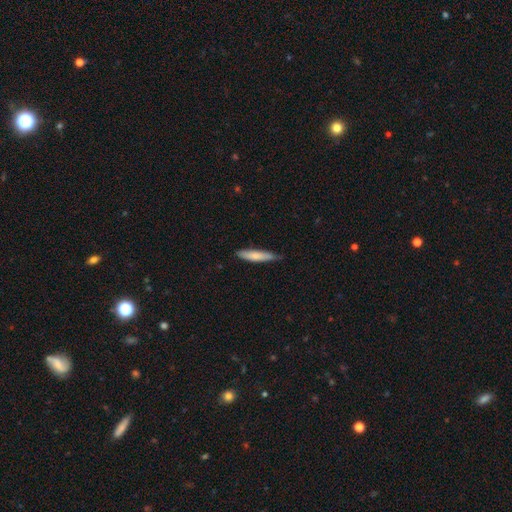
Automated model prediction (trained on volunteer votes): Q: Smooth or featured?
A: smooth (75%); runner-up: featured or disk (19%)
Q: How rounded?
A: cigar-shaped (86%); runner-up: in between (13%)
Q: Merging?
A: none (77%); runner-up: minor disturbance (20%)